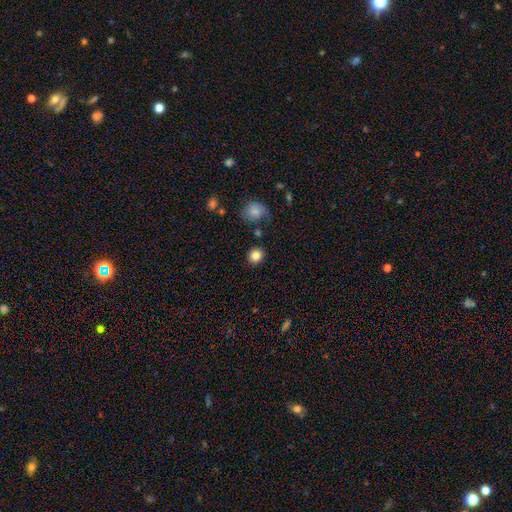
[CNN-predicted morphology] This is clearly a smooth galaxy (84%). How rounded: clearly round (81%). Merging: clearly none (85%).